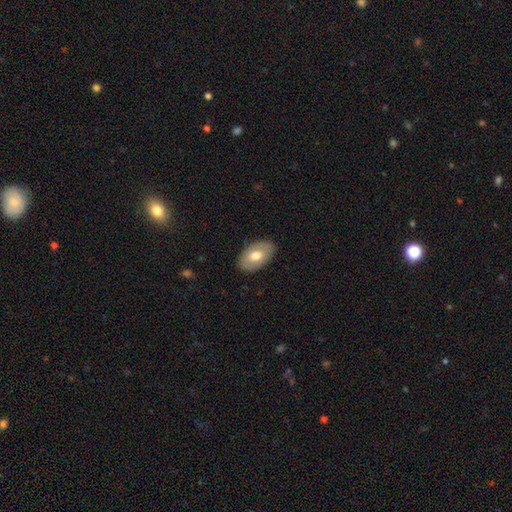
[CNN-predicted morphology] The model was most divided on "smooth or featured": smooth: 62%, featured or disk: 32%, star or artifact: 6%. More confident: how rounded — in between (90%); merging — none (85%).